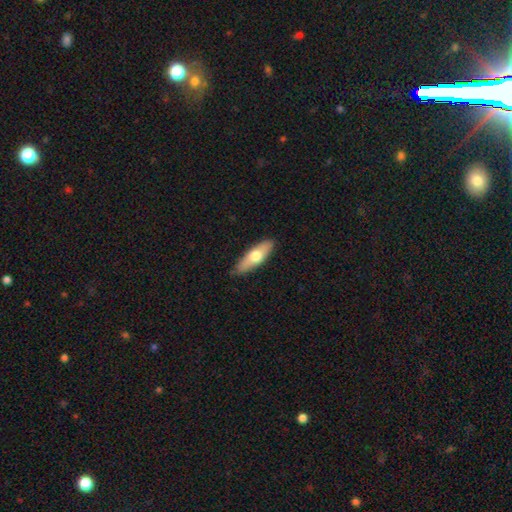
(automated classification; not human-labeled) smooth-or-featured: smooth: 59% | featured or disk: 36% | star or artifact: 5%
  how-rounded: in between: 52% | cigar-shaped: 46% | round: 2%
  merging: none: 85% | minor disturbance: 12% | major disturbance: 2% | merger: 1%